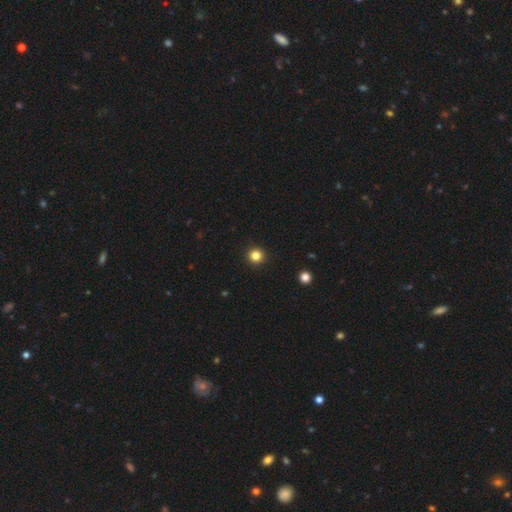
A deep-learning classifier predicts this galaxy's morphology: type=smooth (83%); roundness=round (96%); merging=none (94%).